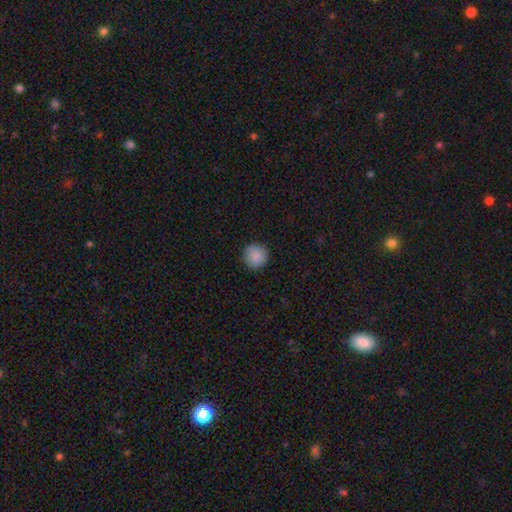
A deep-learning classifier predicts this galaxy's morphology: smooth 88%, star or artifact 9%, featured or disk 3%. Down the decision tree: how rounded — round (95%); merging — none (91%).